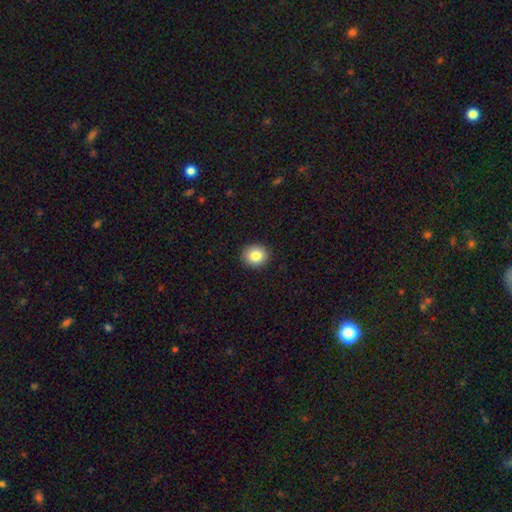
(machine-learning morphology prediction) This is clearly a smooth galaxy (84%). How rounded: clearly round (83%). Merging: clearly none (92%).